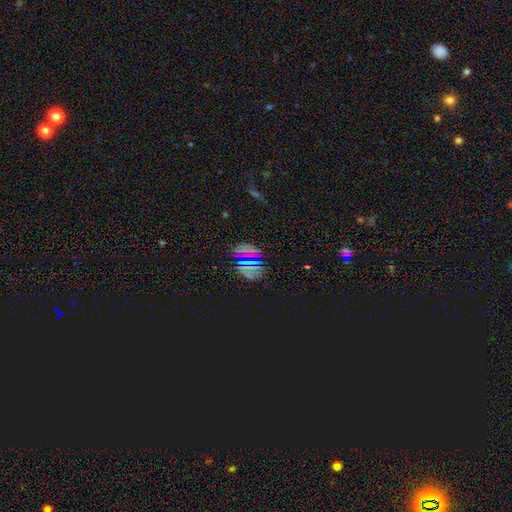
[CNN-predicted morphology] type=star or artifact (61%).